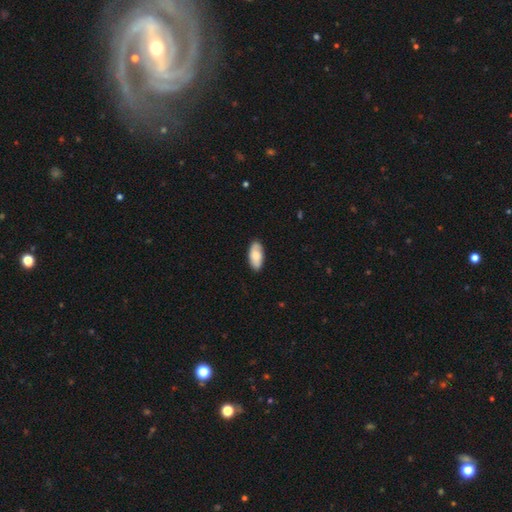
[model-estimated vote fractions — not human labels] smooth-or-featured: smooth: 79% | featured or disk: 15% | star or artifact: 6%
  how-rounded: in between: 91% | cigar-shaped: 7% | round: 2%
  merging: none: 86% | minor disturbance: 11% | major disturbance: 2% | merger: 1%